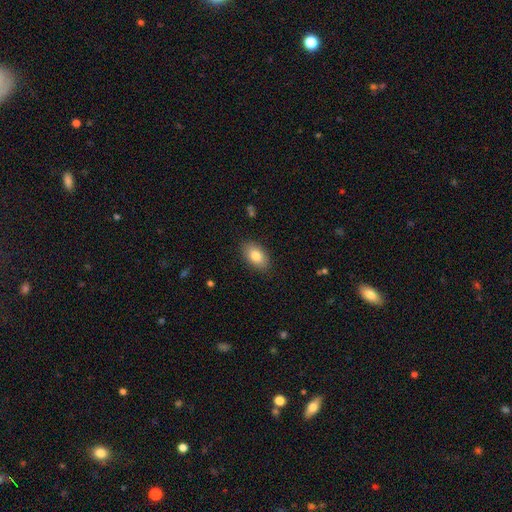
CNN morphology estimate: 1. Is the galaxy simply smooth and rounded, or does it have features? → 83% smooth, 10% featured or disk, 7% star or artifact.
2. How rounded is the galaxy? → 91% in between, 7% round, 2% cigar-shaped.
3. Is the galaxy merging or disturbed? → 87% none, 10% minor disturbance, 2% major disturbance, 1% merger.